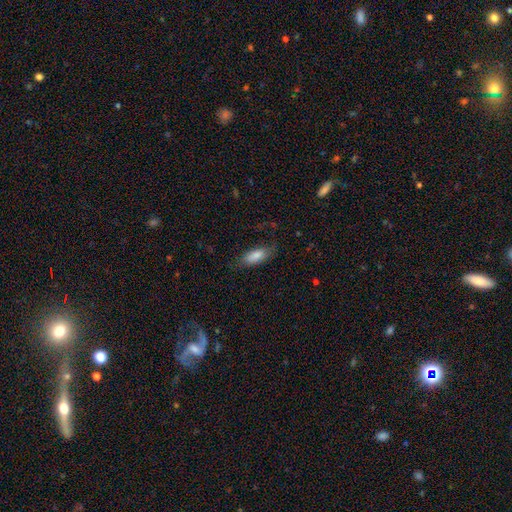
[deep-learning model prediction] Q: Smooth or featured?
A: smooth (80%); runner-up: featured or disk (13%)
Q: How rounded?
A: in between (77%); runner-up: cigar-shaped (21%)
Q: Merging?
A: none (66%); runner-up: minor disturbance (22%)